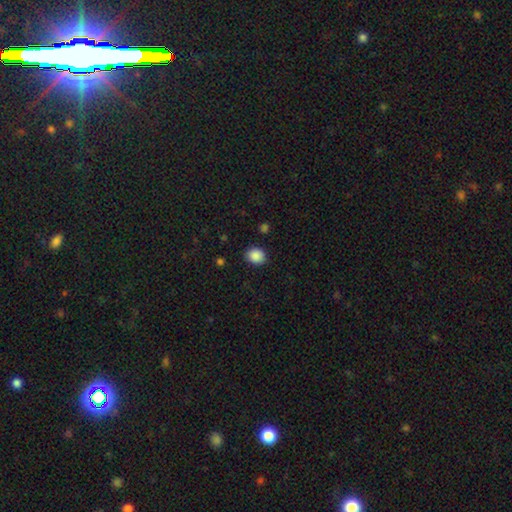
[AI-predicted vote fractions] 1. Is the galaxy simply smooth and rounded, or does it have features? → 88% smooth, 9% star or artifact, 3% featured or disk.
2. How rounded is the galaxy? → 65% round, 34% in between, 1% cigar-shaped.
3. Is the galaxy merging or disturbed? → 87% none, 9% minor disturbance, 3% major disturbance, 1% merger.